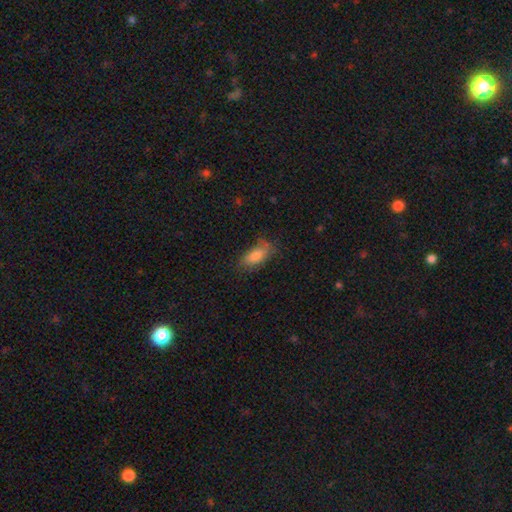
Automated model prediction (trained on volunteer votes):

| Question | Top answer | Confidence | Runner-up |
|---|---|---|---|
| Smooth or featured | smooth | 80% | featured or disk (12%) |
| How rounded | in between | 81% | cigar-shaped (16%) |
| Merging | none | 64% | minor disturbance (26%) |